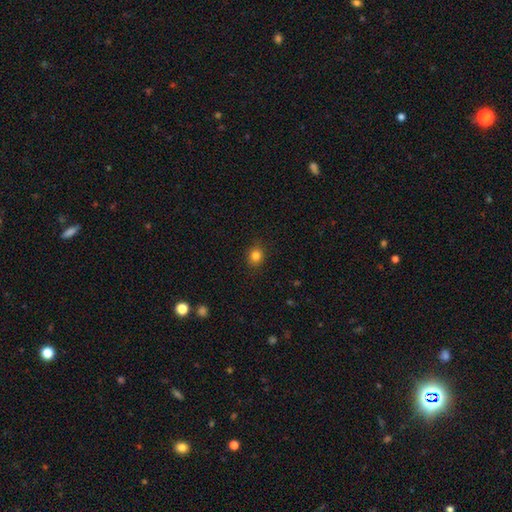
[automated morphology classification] smooth_or_featured: smooth (p=0.82) [alt: star or artifact p=0.13]
how_rounded: round (p=0.73) [alt: in between p=0.26]
merging: none (p=0.89) [alt: minor disturbance p=0.08]